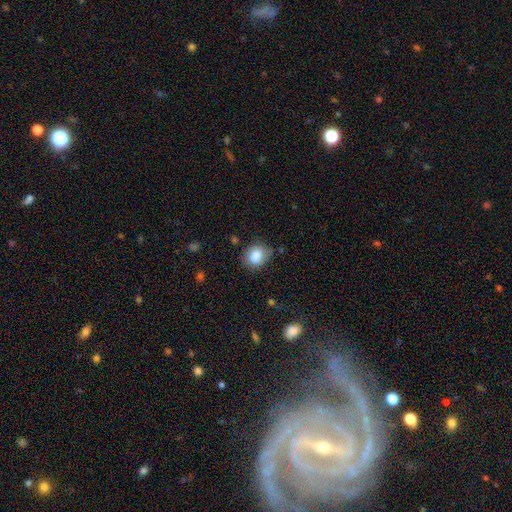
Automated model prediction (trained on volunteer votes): Morphology: type=smooth (82%); roundness=in between (50%); merging=none (70%).